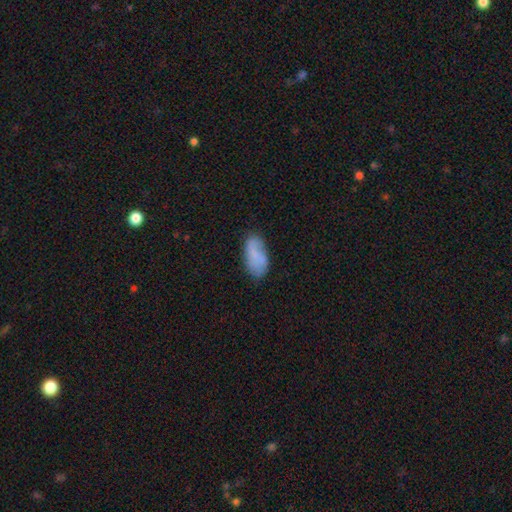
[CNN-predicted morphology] Smooth or featured? smooth (72%)
How rounded? in between (93%)
Merging? none (65%)